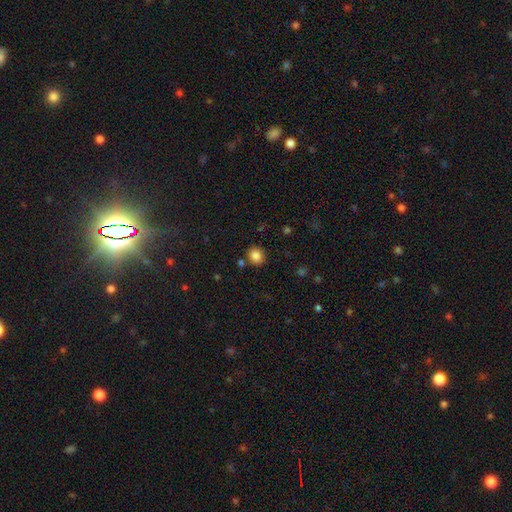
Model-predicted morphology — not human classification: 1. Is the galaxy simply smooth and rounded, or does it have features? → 85% smooth, 11% star or artifact, 5% featured or disk.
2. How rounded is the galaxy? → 78% round, 21% in between, 1% cigar-shaped.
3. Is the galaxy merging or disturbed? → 84% none, 9% minor disturbance, 5% merger, 2% major disturbance.